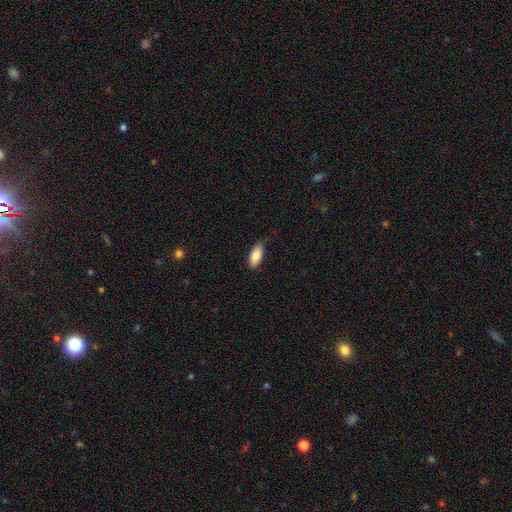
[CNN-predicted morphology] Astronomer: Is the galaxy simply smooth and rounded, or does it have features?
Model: smooth — 82%.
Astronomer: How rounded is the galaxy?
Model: in between — 80%.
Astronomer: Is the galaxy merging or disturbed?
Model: none — 83%.